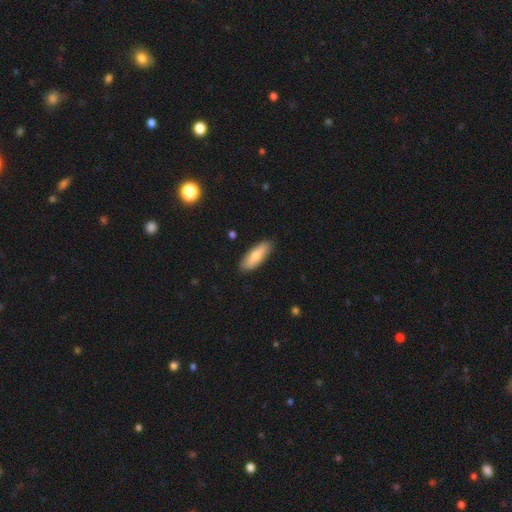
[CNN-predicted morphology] Overall: smooth (71%). How rounded: in between (61%; cigar-shaped 37%). Merging: none (87%).